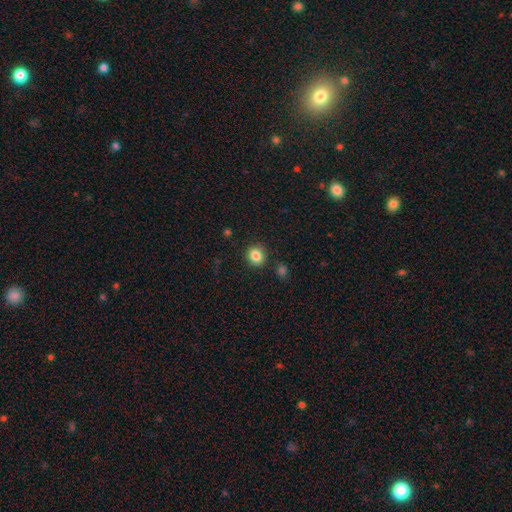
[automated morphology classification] Smooth or featured? Predicted: smooth (p=0.84). How rounded? Predicted: round (p=0.85). Merging? Predicted: none (p=0.88).